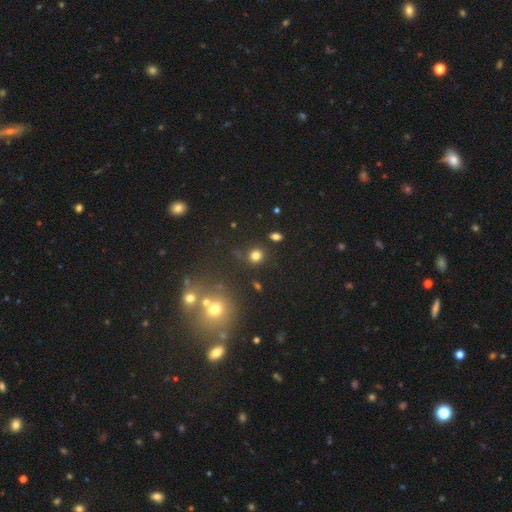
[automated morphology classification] smooth 77%, star or artifact 17%, featured or disk 6%. Down the decision tree: how rounded — round (86%); merging — none (82%).